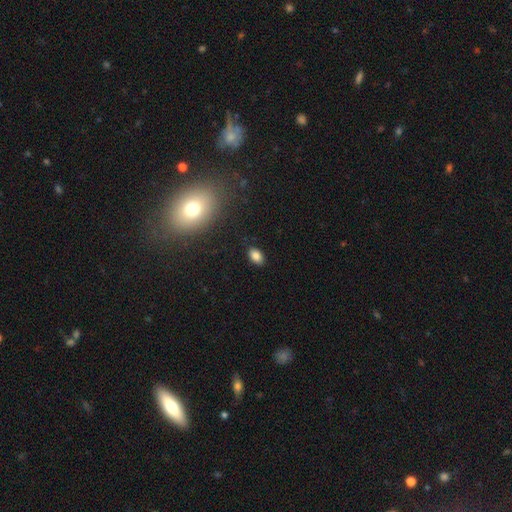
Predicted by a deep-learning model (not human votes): This is clearly a smooth galaxy (83%). How rounded: clearly in between (88%). Merging: clearly none (86%).